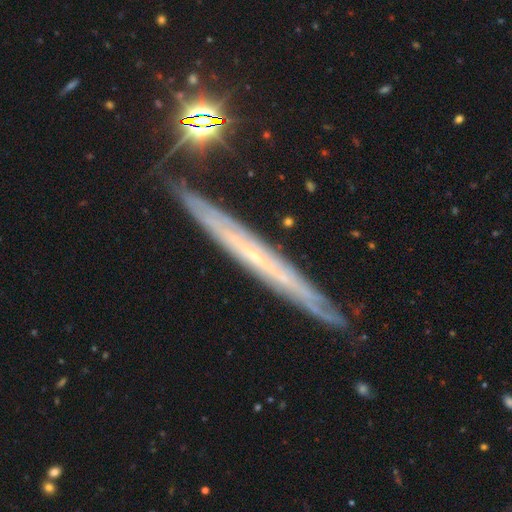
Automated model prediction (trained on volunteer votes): smooth-or-featured: featured or disk: 71% | smooth: 19% | star or artifact: 10%
  disk-edge-on: yes: 88% | no: 12%
    edge-on-bulge: none: 80% | rounded: 17% | boxy: 3%
  merging: none: 86% | minor disturbance: 10% | merger: 2% | major disturbance: 2%